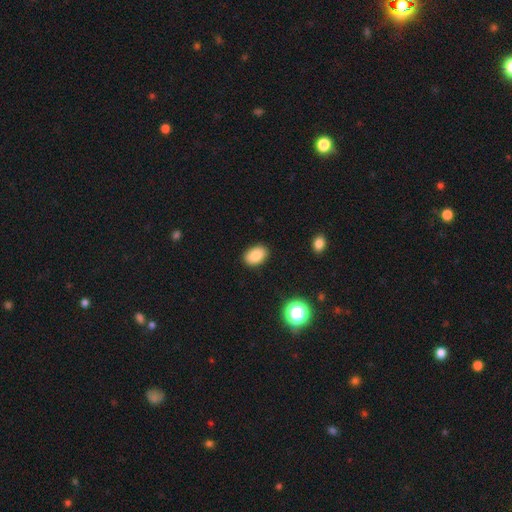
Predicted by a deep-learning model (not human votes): Smooth or featured?
  - smooth: 83% *
  - star or artifact: 9%
  - featured or disk: 7%
How rounded?
  - in between: 83% *
  - round: 15%
  - cigar-shaped: 1%
Merging?
  - none: 88% *
  - minor disturbance: 9%
  - major disturbance: 2%
  - merger: 1%